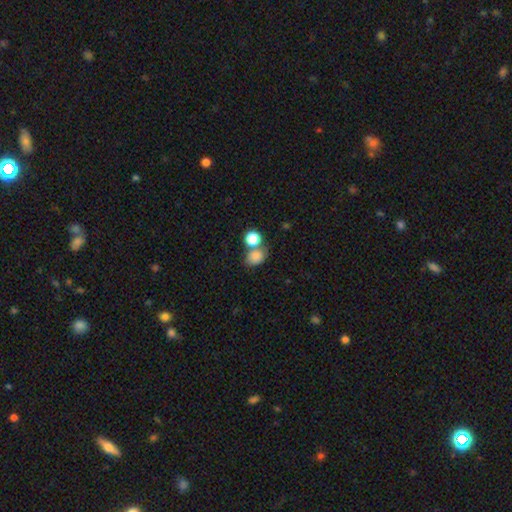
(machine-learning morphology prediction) smooth_or_featured: smooth (p=0.81) [alt: star or artifact p=0.11]
how_rounded: in between (p=0.52) [alt: round p=0.47]
merging: none (p=0.52) [alt: merger p=0.31]